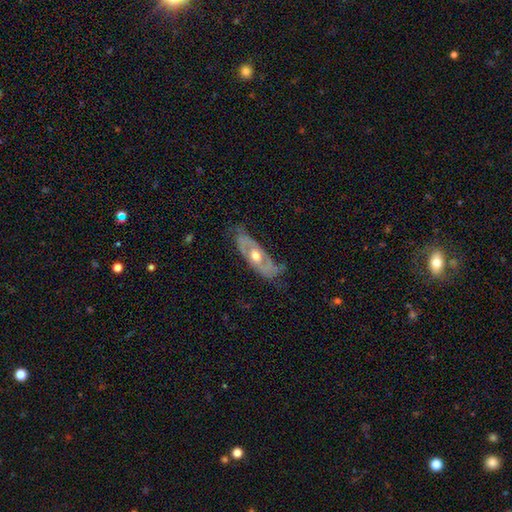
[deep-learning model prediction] Morphology: type=featured or disk (72%); edge-on=no (78%); bar=no (77%); spiral arms=yes (59%); bulge=moderate (75%); merging=none (60%).